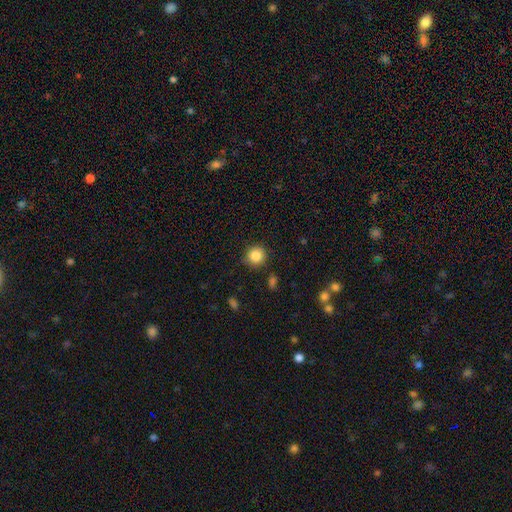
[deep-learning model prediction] smooth 85%, star or artifact 10%, featured or disk 5%. Down the decision tree: how rounded — round (92%); merging — none (87%).